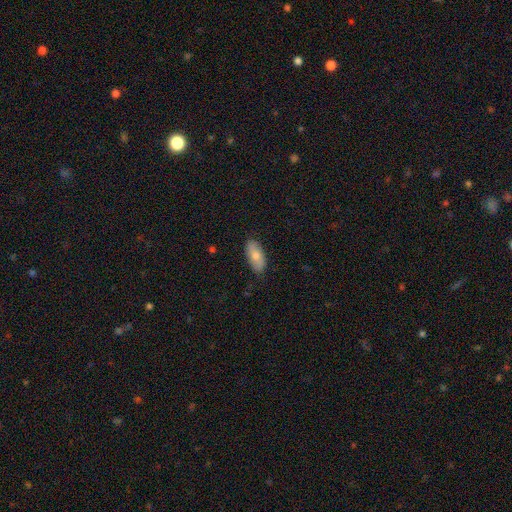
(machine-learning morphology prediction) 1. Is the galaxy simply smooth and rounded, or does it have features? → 71% smooth, 23% featured or disk, 6% star or artifact.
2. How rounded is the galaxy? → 90% in between, 7% cigar-shaped, 3% round.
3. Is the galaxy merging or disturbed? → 84% none, 13% minor disturbance, 2% major disturbance, 1% merger.